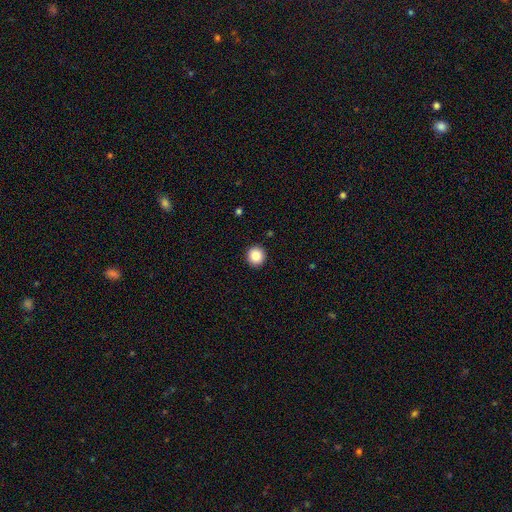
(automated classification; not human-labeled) Q: Smooth or featured?
A: smooth (86%); runner-up: star or artifact (9%)
Q: How rounded?
A: round (94%); runner-up: in between (5%)
Q: Merging?
A: none (93%); runner-up: minor disturbance (5%)